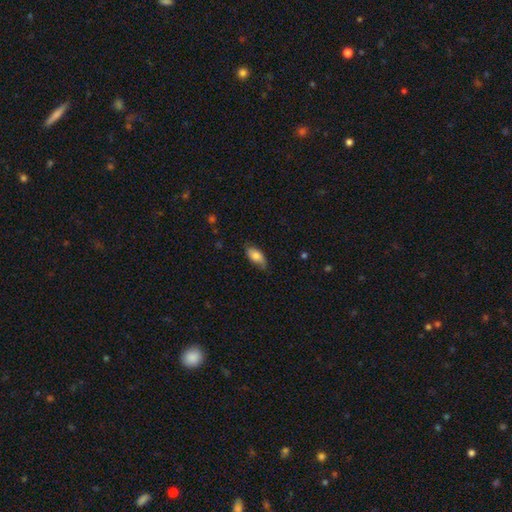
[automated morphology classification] A smooth galaxy with no disk features (77%) that is in between round and cigar-shaped (89%). Merging: none (68%).